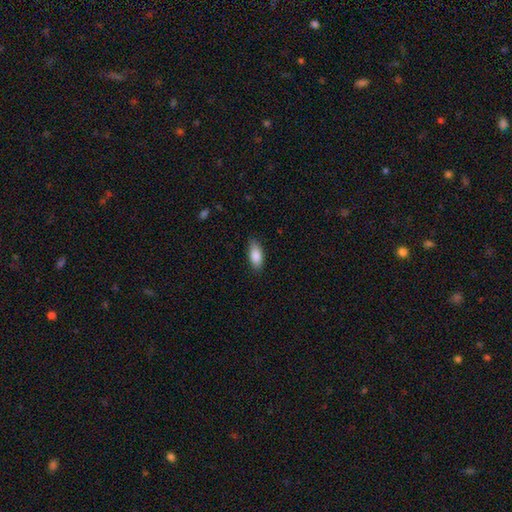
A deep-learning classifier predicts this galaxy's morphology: Smooth or featured?
  - smooth: 87% *
  - star or artifact: 7%
  - featured or disk: 6%
How rounded?
  - in between: 86% *
  - cigar-shaped: 11%
  - round: 2%
Merging?
  - none: 82% *
  - minor disturbance: 15%
  - major disturbance: 3%
  - merger: 1%